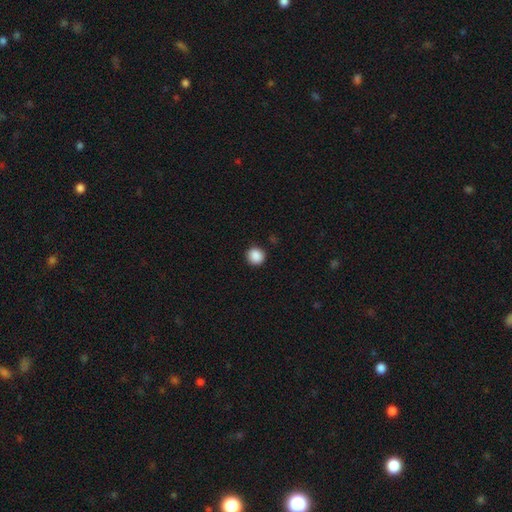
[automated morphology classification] smooth_or_featured: smooth (p=0.89) [alt: star or artifact p=0.09]
how_rounded: round (p=0.92) [alt: in between p=0.07]
merging: none (p=0.91) [alt: minor disturbance p=0.06]